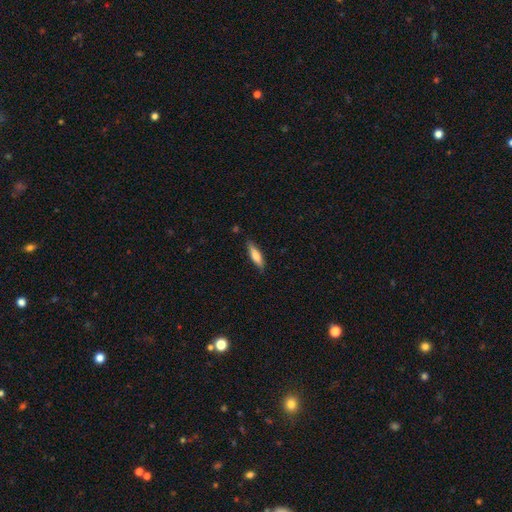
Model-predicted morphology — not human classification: Smooth or featured? smooth (71%)
How rounded? cigar-shaped (66%)
Merging? none (83%)